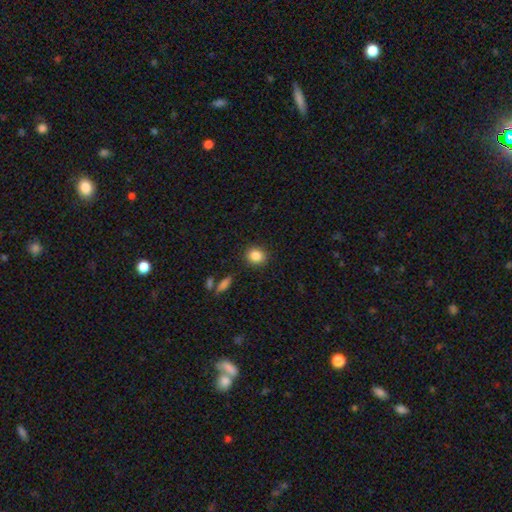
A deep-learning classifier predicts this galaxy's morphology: smooth-or-featured: smooth: 86% | star or artifact: 9% | featured or disk: 5%
  how-rounded: round: 77% | in between: 22% | cigar-shaped: 1%
  merging: none: 89% | minor disturbance: 7% | major disturbance: 2% | merger: 2%